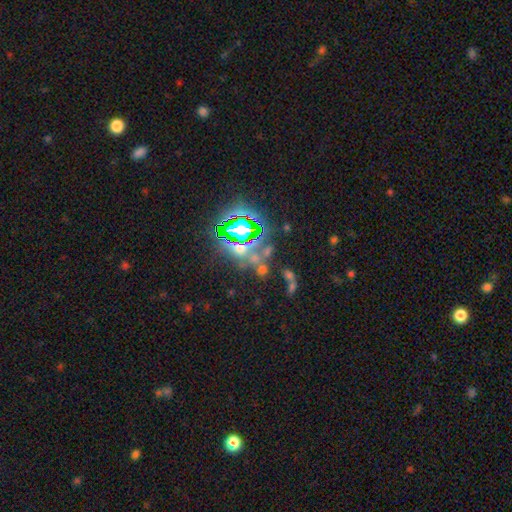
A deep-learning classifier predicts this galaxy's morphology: star or artifact 61%, smooth 24%, featured or disk 15%.